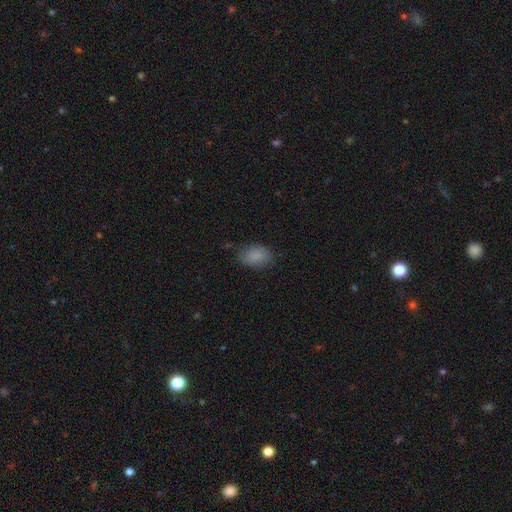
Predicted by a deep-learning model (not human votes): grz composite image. It shows a smooth galaxy with no disk features (87%) that is in between round and cigar-shaped (87%). Merging: none (76%).